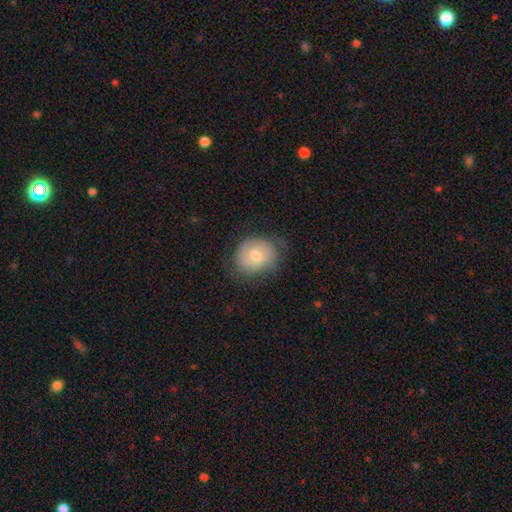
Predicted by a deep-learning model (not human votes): Smooth or featured: smooth — 57% (featured or disk — 34%)
How rounded: round — 69% (in between — 30%)
Merging: none — 66% (minor disturbance — 24%)